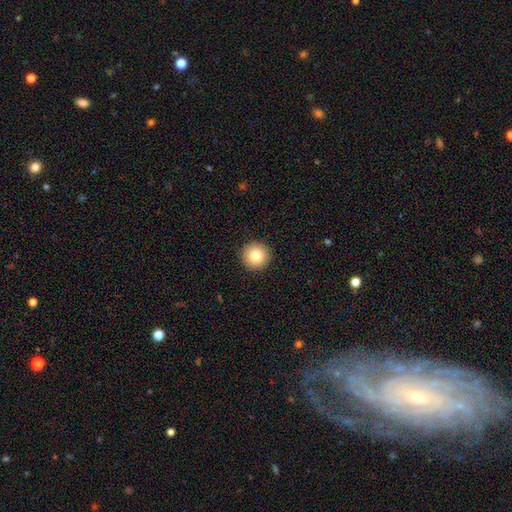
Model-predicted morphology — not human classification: smooth_or_featured: smooth (p=0.81) [alt: star or artifact p=0.10]
how_rounded: round (p=0.96) [alt: in between p=0.03]
merging: none (p=0.93) [alt: minor disturbance p=0.04]